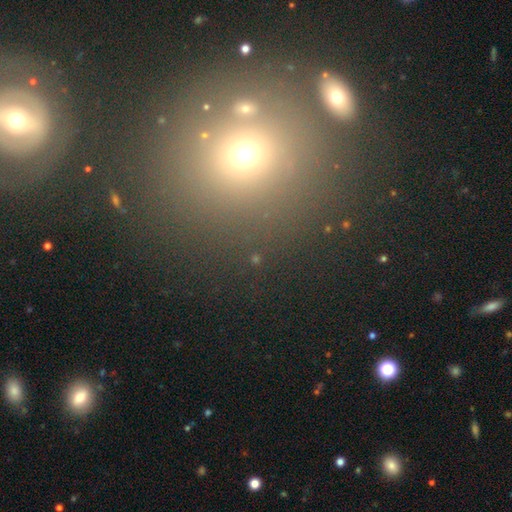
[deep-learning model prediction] This appears to be a smooth galaxy with no disk features (46%). Merging: none (83%).